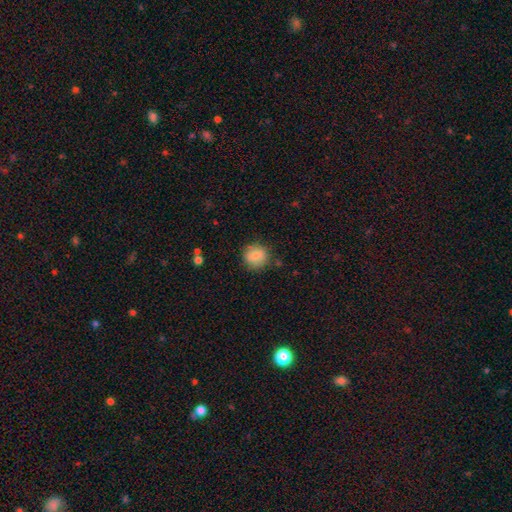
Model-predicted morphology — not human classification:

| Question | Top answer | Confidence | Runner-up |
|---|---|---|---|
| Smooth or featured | smooth | 82% | featured or disk (9%) |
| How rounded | round | 89% | in between (10%) |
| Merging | none | 83% | minor disturbance (12%) |